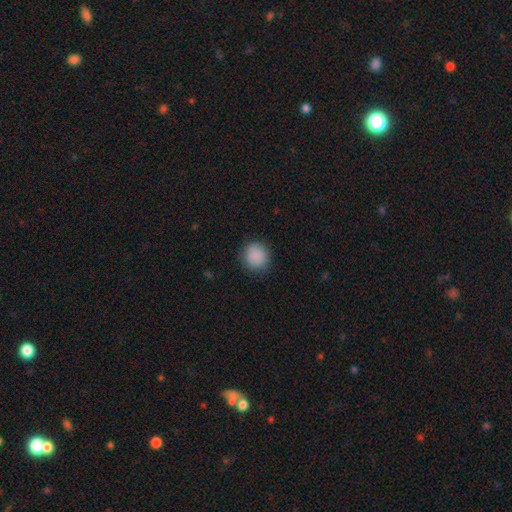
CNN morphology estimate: A smooth galaxy with no disk features (88%) that is round (87%). Merging: none (87%).